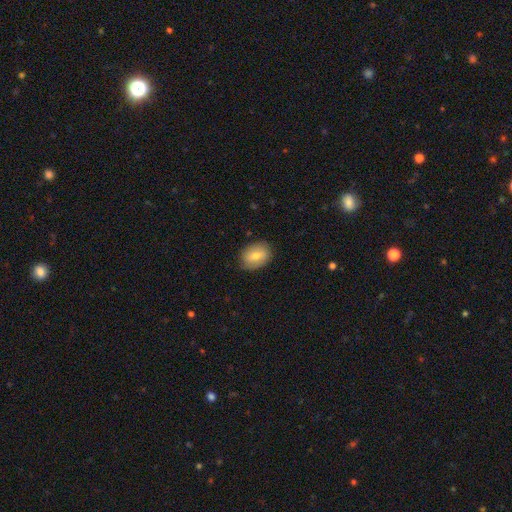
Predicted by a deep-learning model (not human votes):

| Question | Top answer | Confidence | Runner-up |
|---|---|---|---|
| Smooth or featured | smooth | 69% | featured or disk (23%) |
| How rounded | in between | 69% | round (30%) |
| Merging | none | 84% | minor disturbance (12%) |